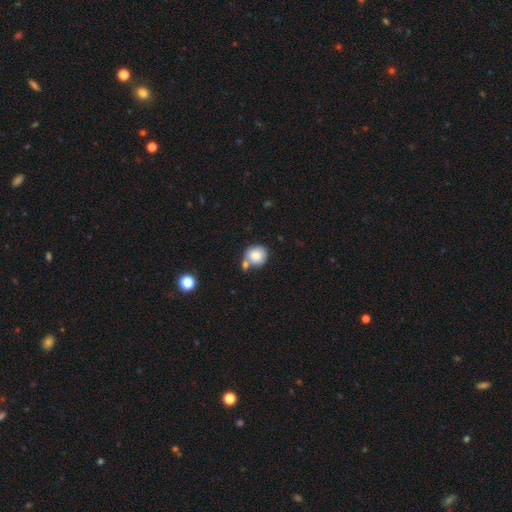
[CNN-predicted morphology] Smooth or featured? Predicted: smooth (p=0.80). How rounded? Predicted: round (p=0.86). Merging? Predicted: none (p=0.56).